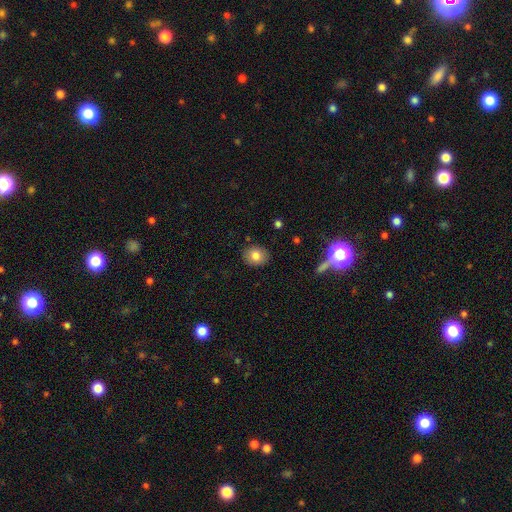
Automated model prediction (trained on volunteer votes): The model was most divided on "how rounded": round: 56%, in between: 43%, cigar-shaped: 1%. More confident: merging — none (88%); smooth or featured — smooth (81%).